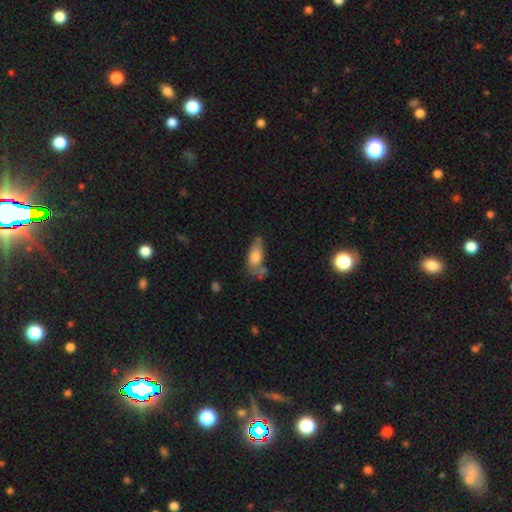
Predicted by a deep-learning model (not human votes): Overall: smooth (69%). How rounded: in between (85%). Merging: none (36%; minor disturbance 30%).